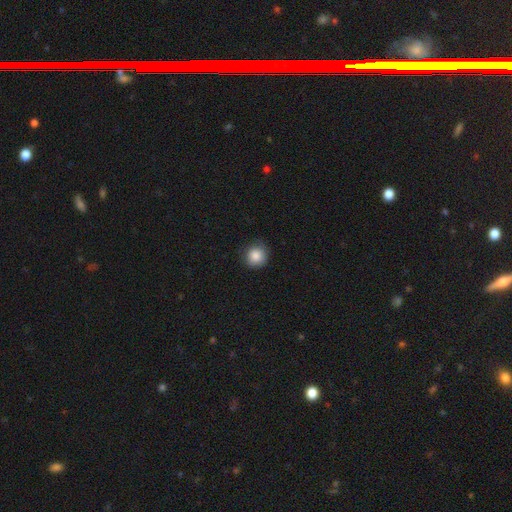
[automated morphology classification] This is clearly a smooth galaxy (86%). How rounded: clearly round (90%). Merging: clearly none (80%).